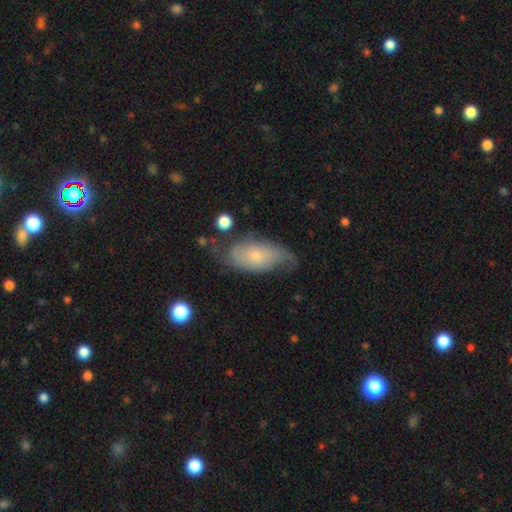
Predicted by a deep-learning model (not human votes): featured or disk 56%, smooth 38%, star or artifact 7%. Down the decision tree: edge-on disk — no (91%); bar — no (76%); spiral arms — yes (80%); bulge size — small (63%); merging — none (53%).